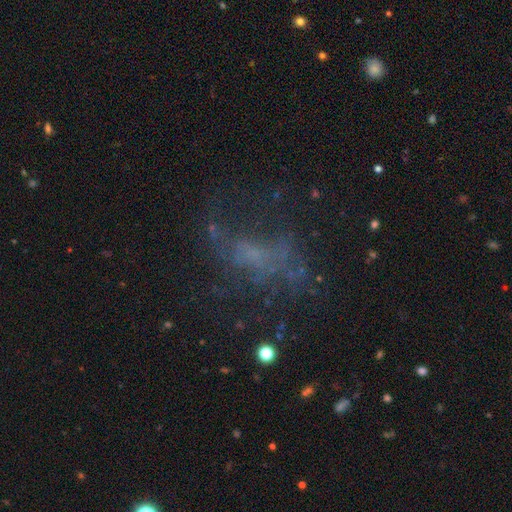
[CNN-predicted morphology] smooth_or_featured: featured or disk (p=0.46) [alt: star or artifact p=0.29]
merging: none (p=0.47) [alt: major disturbance p=0.33]